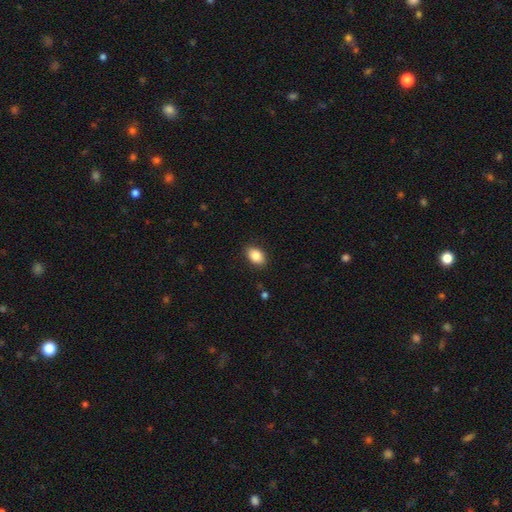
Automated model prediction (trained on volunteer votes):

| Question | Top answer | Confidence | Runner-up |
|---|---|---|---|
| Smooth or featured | smooth | 86% | star or artifact (8%) |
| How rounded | in between | 87% | round (12%) |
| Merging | none | 88% | minor disturbance (9%) |